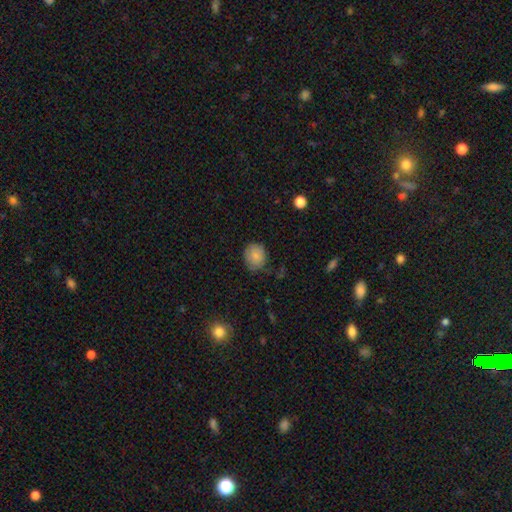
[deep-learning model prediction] The model was most divided on "how rounded": round: 70%, in between: 29%, cigar-shaped: 1%. More confident: smooth or featured — smooth (84%); merging — none (69%).